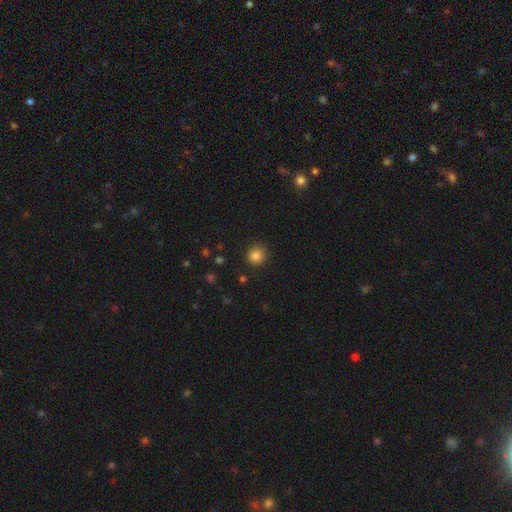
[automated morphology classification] A smooth galaxy with no disk features (84%) that is round (91%). Merging: none (86%).